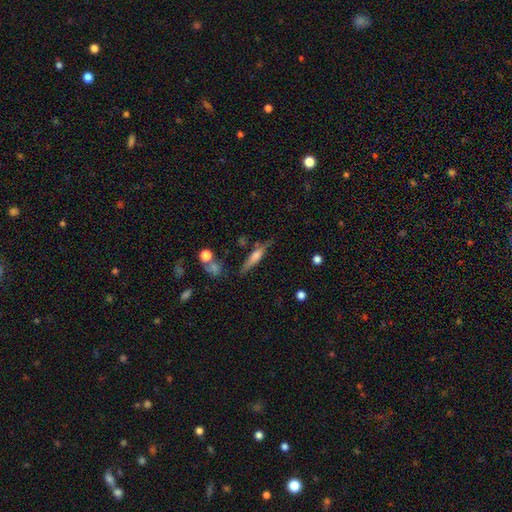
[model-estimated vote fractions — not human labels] smooth_or_featured: smooth (p=0.51) [alt: featured or disk p=0.41]
how_rounded: cigar-shaped (p=0.82) [alt: in between p=0.16]
merging: none (p=0.69) [alt: minor disturbance p=0.19]